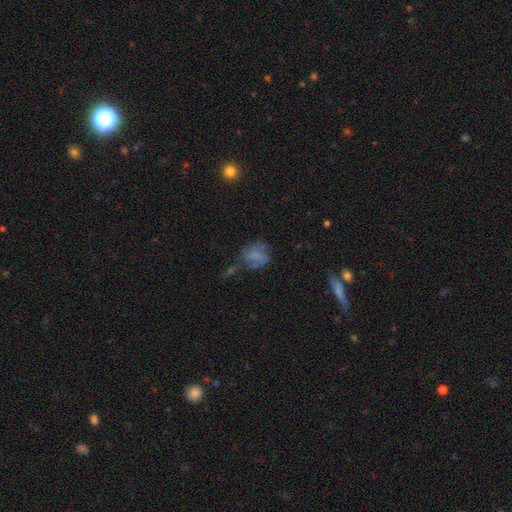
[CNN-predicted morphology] Q: Smooth or featured?
A: smooth (45%); runner-up: featured or disk (41%)
Q: Merging?
A: none (34%); runner-up: major disturbance (30%)